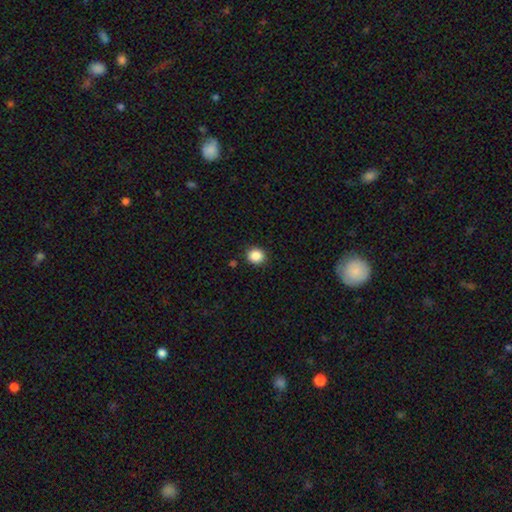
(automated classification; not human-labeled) Q: Smooth or featured?
A: smooth (86%); runner-up: star or artifact (10%)
Q: How rounded?
A: round (84%); runner-up: in between (15%)
Q: Merging?
A: none (89%); runner-up: minor disturbance (7%)